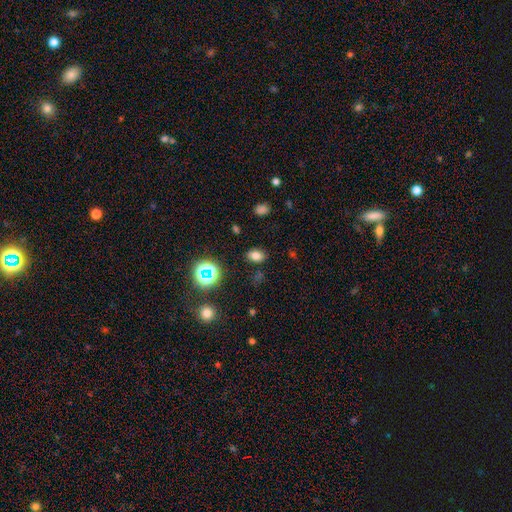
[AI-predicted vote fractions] The model was most divided on "smooth or featured": smooth: 73%, star or artifact: 19%, featured or disk: 9%. More confident: merging — none (84%); how rounded — in between (79%).